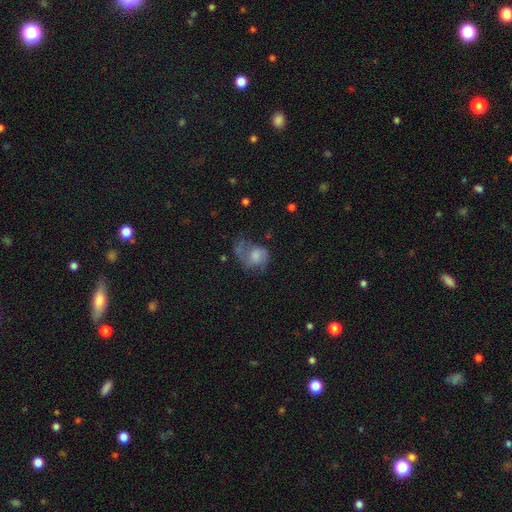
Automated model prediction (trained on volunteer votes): A smooth galaxy with no disk features (49%).

Vote fractions:
- Smooth or featured? smooth: 49% / featured or disk: 42% / star or artifact: 9%
- Merging? major disturbance: 42% / none: 28% / minor disturbance: 24% / merger: 6%